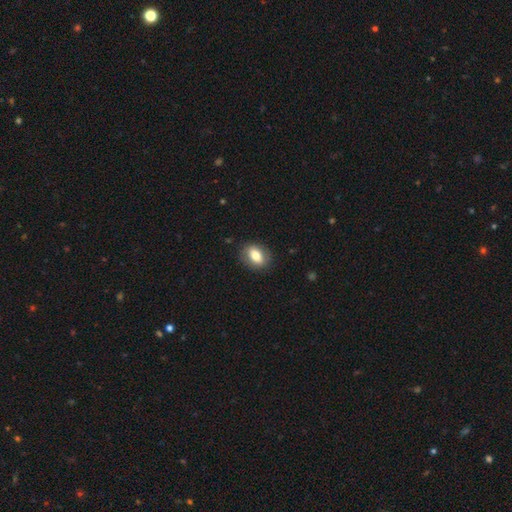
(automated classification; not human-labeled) This is likely a smooth galaxy (73%). How rounded: likely in between (76%). Merging: clearly none (85%).